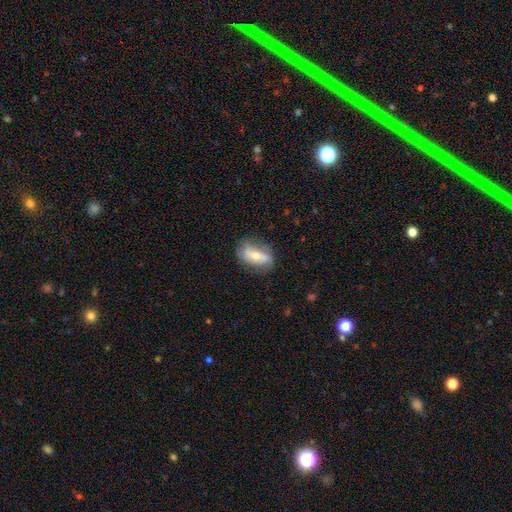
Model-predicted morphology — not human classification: A featured or disk galaxy (51%). Merging: none (72%).